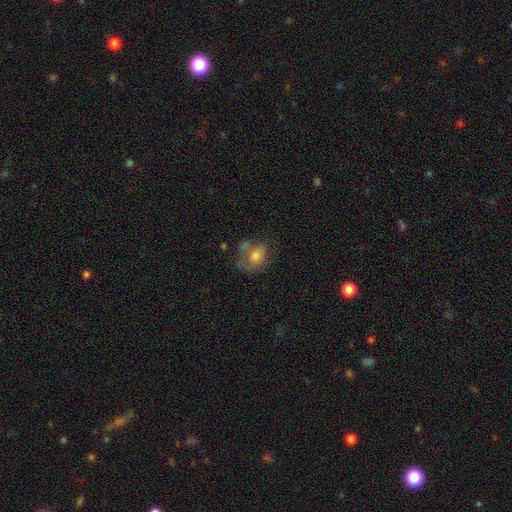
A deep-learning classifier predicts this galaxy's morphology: type=smooth (62%); roundness=in between (64%); merging=none (36%).